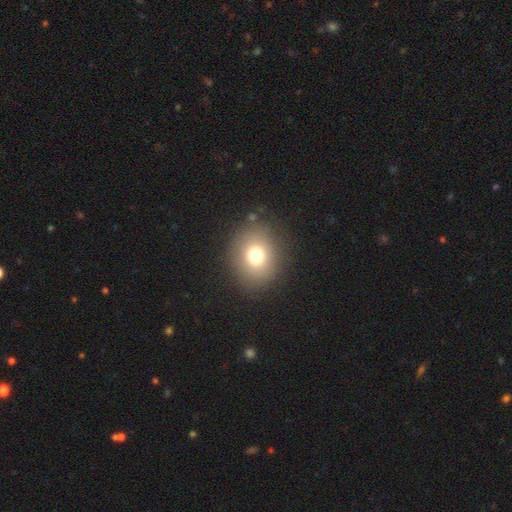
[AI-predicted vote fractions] Smooth or featured: smooth — 75% (star or artifact — 13%)
How rounded: round — 60% (in between — 40%)
Merging: none — 85% (minor disturbance — 9%)